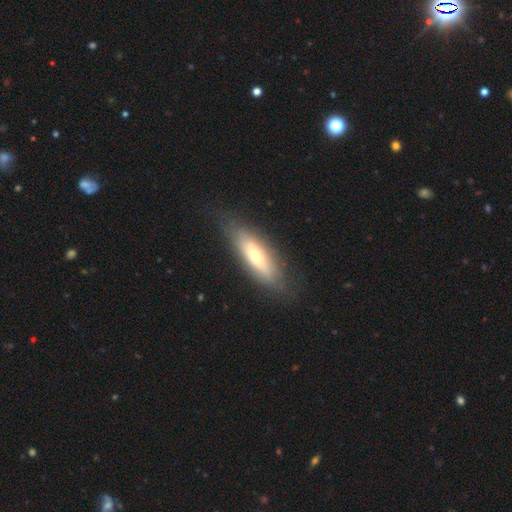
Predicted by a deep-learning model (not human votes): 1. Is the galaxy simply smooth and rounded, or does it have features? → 56% smooth, 38% featured or disk, 6% star or artifact.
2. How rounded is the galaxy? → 52% in between, 46% cigar-shaped, 2% round.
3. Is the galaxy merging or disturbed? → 76% none, 16% minor disturbance, 6% major disturbance, 1% merger.